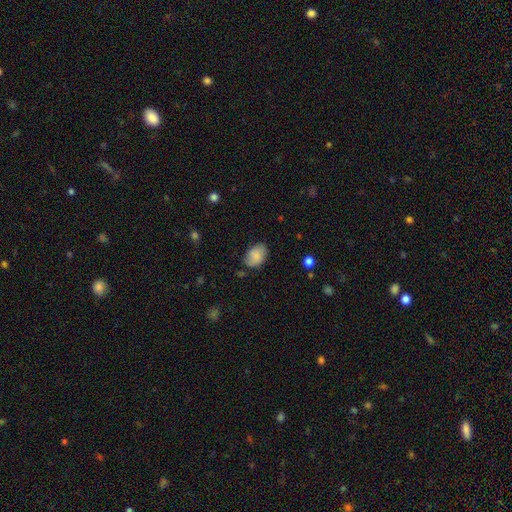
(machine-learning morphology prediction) Overall: smooth (84%). How rounded: in between (84%). Merging: none (74%).